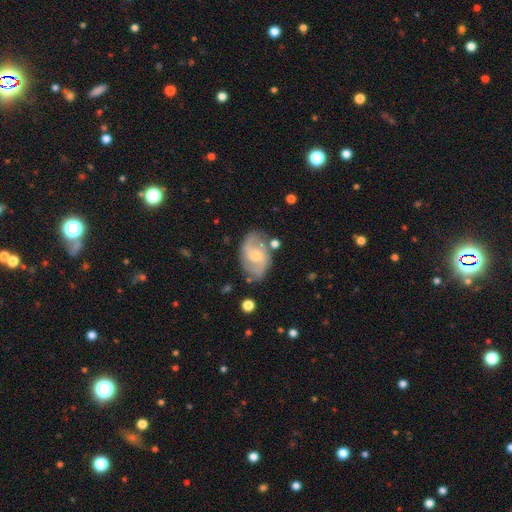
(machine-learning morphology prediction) Smooth or featured?
  - featured or disk: 76% *
  - smooth: 17%
  - star or artifact: 7%
Edge-on disk?
  - no: 96% *
  - yes: 4%
Bar?
  - no: 49% *
  - weak: 42%
  - strong: 10%
Spiral arms?
  - yes: 90% *
  - no: 10%
Spiral winding?
  - medium: 46% *
  - tight: 29%
  - loose: 25%
Spiral arm count?
  - 2: 69% *
  - can't tell: 14%
  - 3: 9%
  - 4: 3%
  - 1: 3%
  - more than 4: 2%
Bulge size?
  - moderate: 49% *
  - small: 46%
  - large: 2%
  - none: 2%
  - dominant: 1%
Merging?
  - none: 72% *
  - minor disturbance: 18%
  - major disturbance: 5%
  - merger: 4%